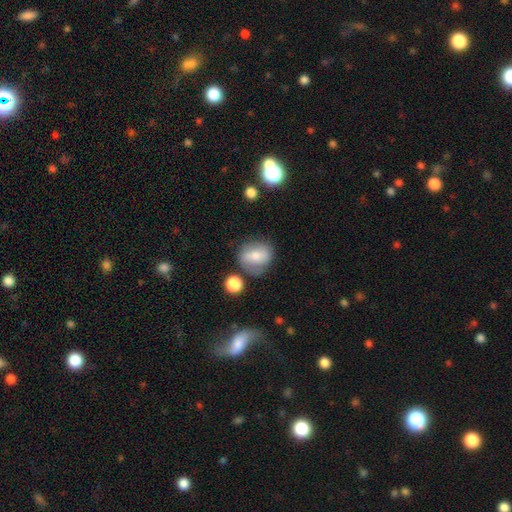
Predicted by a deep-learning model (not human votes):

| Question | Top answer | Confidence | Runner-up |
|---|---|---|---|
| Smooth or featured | smooth | 60% | featured or disk (31%) |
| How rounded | round | 69% | in between (29%) |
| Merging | none | 67% | minor disturbance (20%) |